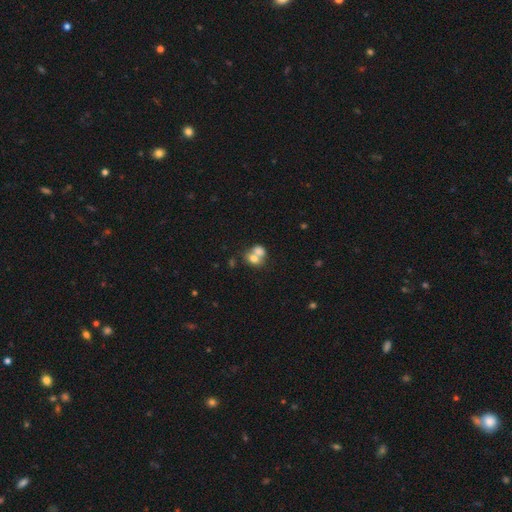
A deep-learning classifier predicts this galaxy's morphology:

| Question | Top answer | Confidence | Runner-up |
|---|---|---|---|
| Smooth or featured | smooth | 71% | featured or disk (19%) |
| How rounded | in between | 55% | round (44%) |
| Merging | merger | 70% | none (20%) |